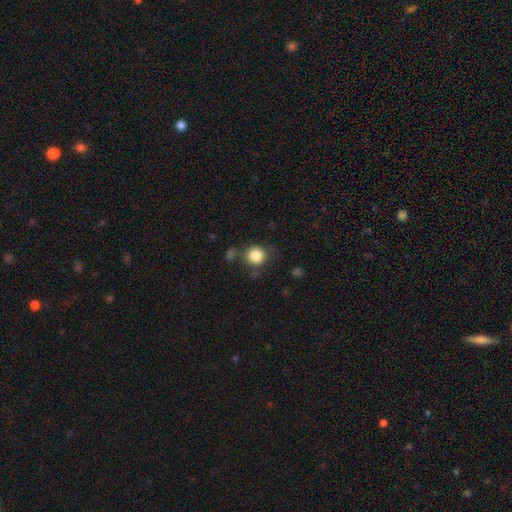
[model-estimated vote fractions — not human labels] A smooth galaxy with no disk features (84%) that is round (89%).

Vote fractions:
- Smooth or featured? smooth: 84% / star or artifact: 10% / featured or disk: 6%
- How rounded? round: 89% / in between: 10% / cigar-shaped: 1%
- Merging? none: 77% / minor disturbance: 13% / merger: 6% / major disturbance: 5%